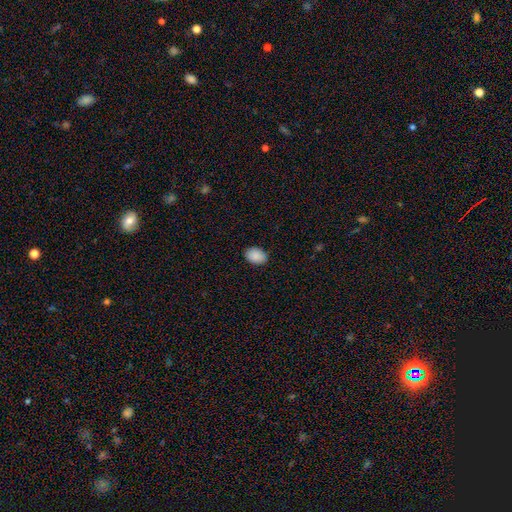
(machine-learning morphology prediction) type=smooth (90%); roundness=in between (79%); merging=none (88%).